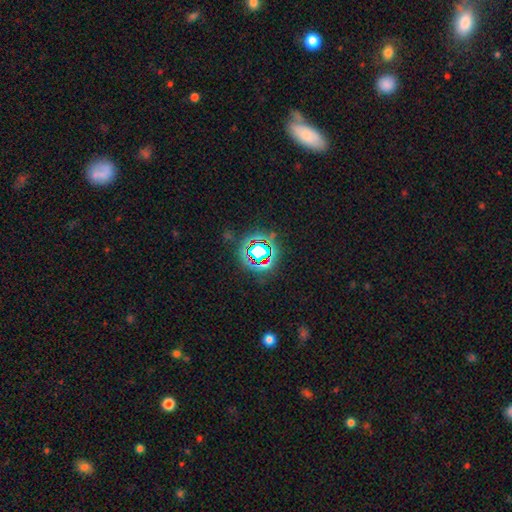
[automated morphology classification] smooth-or-featured: star or artifact: 65% | smooth: 23% | featured or disk: 12%